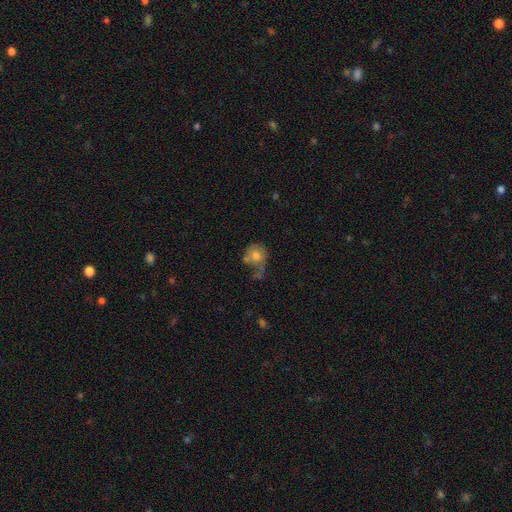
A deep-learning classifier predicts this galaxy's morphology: type=smooth (72%); roundness=round (82%); merging=none (45%).